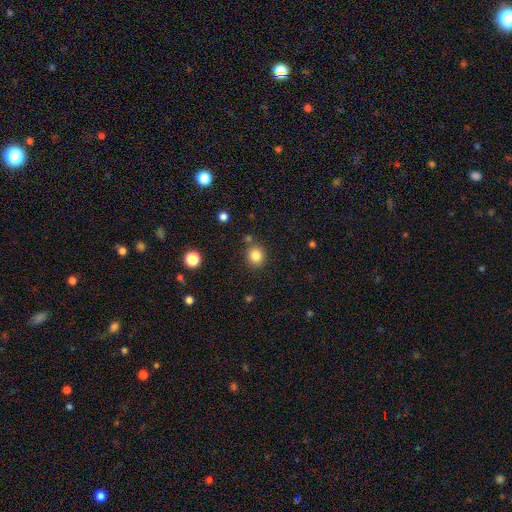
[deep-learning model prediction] Overall: smooth (84%). How rounded: round (82%). Merging: none (81%).